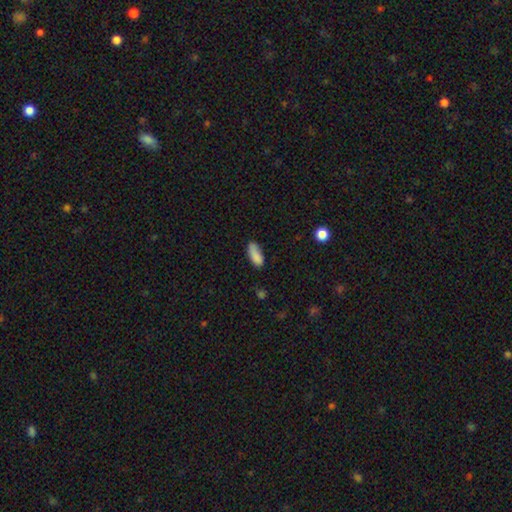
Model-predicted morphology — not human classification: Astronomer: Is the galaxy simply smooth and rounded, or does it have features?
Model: smooth — 87%.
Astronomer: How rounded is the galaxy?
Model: in between — 78%.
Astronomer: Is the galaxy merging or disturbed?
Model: none — 68%.